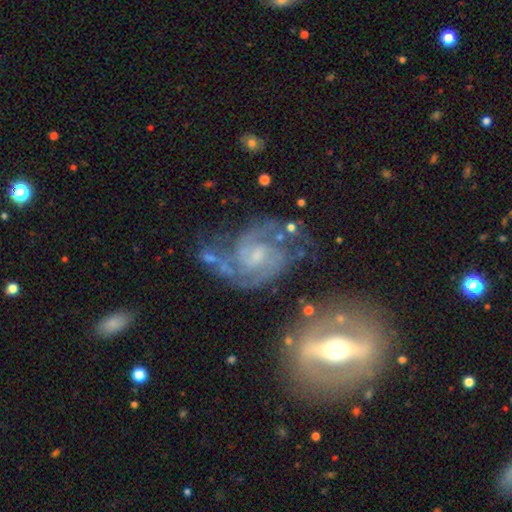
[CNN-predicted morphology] This appears to be a featured or disk galaxy (90%) with a weak bar (44%), 2 (76%) medium (49%) spiral arms (97%) and a small central bulge (55%). Merging: none (58%).